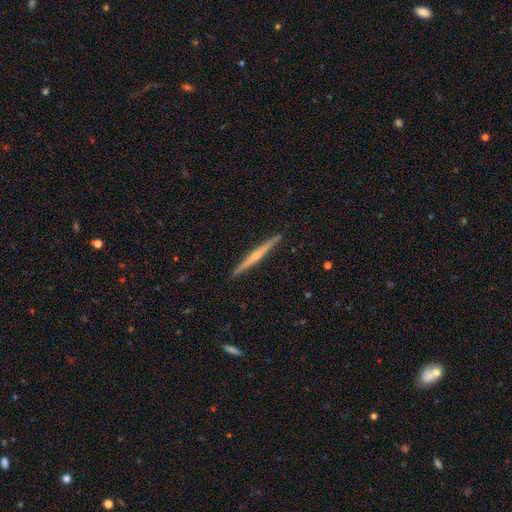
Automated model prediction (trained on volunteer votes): smooth-or-featured: featured or disk: 70% | smooth: 24% | star or artifact: 6%
  disk-edge-on: yes: 98% | no: 2%
    edge-on-bulge: rounded: 65% | none: 27% | boxy: 8%
  merging: none: 92% | minor disturbance: 5% | major disturbance: 1% | merger: 1%